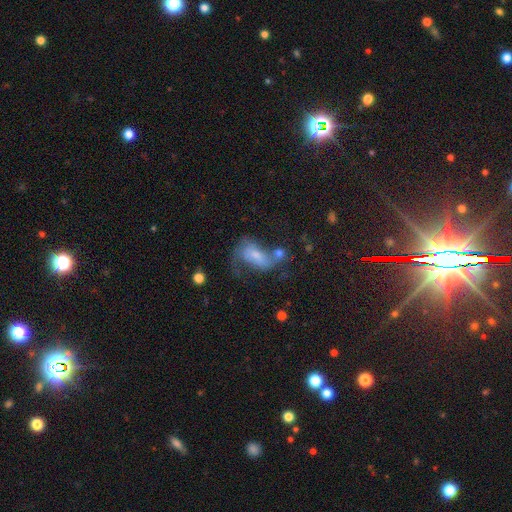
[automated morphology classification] The model was most divided on "merging": major disturbance: 31%, none: 27%, merger: 23%, minor disturbance: 19%. More confident: edge-on disk — no (95%); smooth or featured — featured or disk (53%).